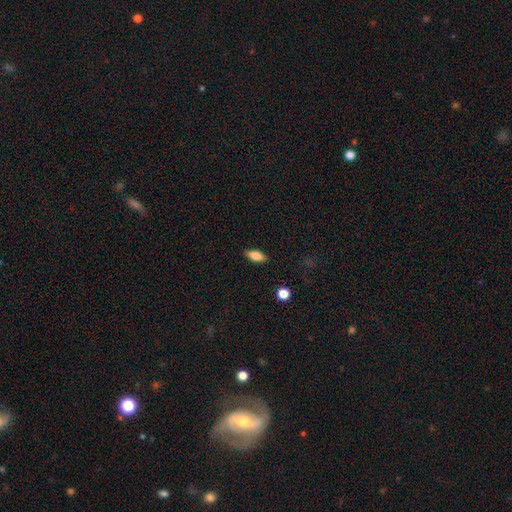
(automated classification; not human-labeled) Overall: smooth (79%). How rounded: in between (80%). Merging: none (87%).